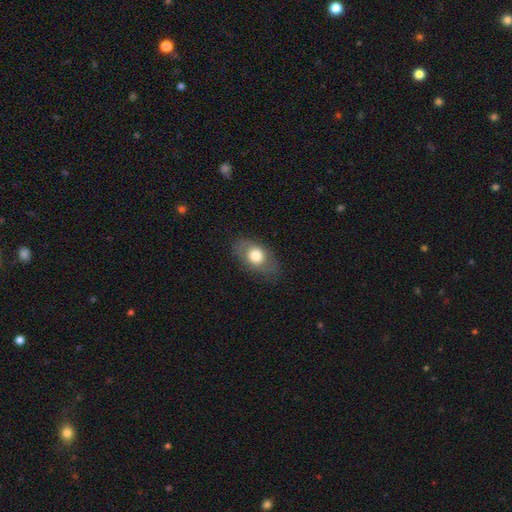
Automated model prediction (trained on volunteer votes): Smooth or featured?
  - smooth: 62% *
  - featured or disk: 31%
  - star or artifact: 7%
How rounded?
  - in between: 82% *
  - round: 16%
  - cigar-shaped: 2%
Merging?
  - none: 77% *
  - minor disturbance: 16%
  - major disturbance: 6%
  - merger: 1%